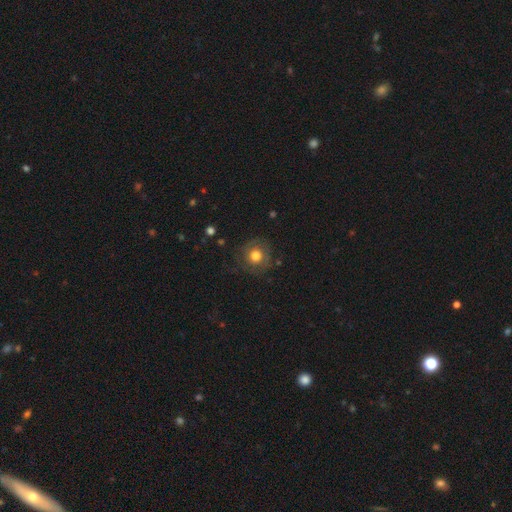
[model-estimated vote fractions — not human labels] Smooth or featured? Predicted: smooth (p=0.64). How rounded? Predicted: round (p=0.91). Merging? Predicted: none (p=0.74).